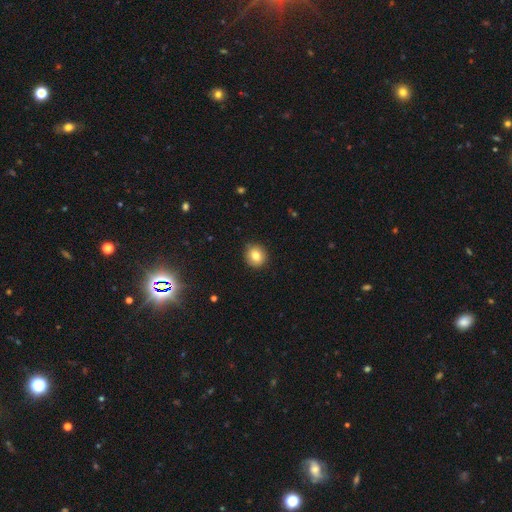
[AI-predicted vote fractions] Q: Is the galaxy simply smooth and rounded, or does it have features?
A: smooth — 80%.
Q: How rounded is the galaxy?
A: round — 88%.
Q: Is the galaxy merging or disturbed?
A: none — 90%.